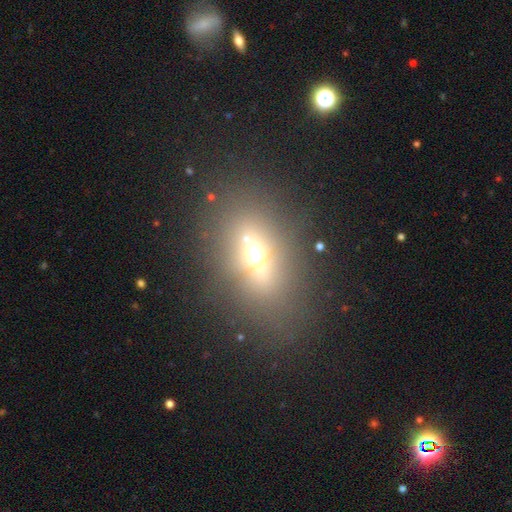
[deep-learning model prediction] This is possibly a smooth galaxy (45%). Merging: likely none (74%).